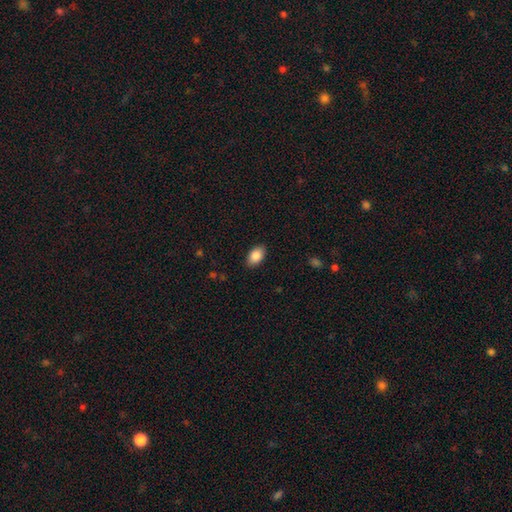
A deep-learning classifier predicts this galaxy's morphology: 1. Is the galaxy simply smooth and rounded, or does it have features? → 87% smooth, 7% star or artifact, 6% featured or disk.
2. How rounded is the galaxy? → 91% in between, 8% round, 1% cigar-shaped.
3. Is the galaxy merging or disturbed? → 88% none, 9% minor disturbance, 2% major disturbance, 1% merger.